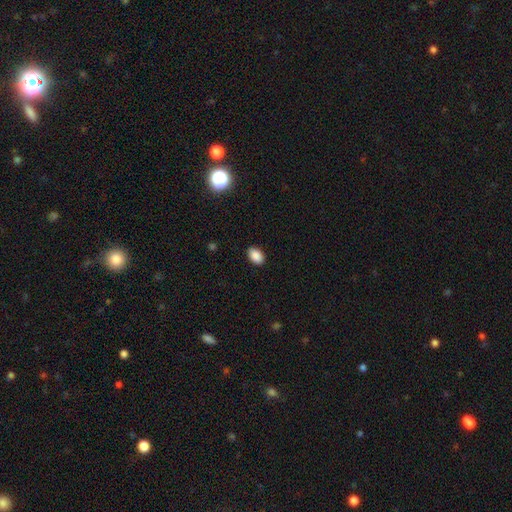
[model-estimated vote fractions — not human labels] Smooth or featured: smooth — 89% (star or artifact — 8%)
How rounded: in between — 88% (round — 11%)
Merging: none — 89% (minor disturbance — 8%)